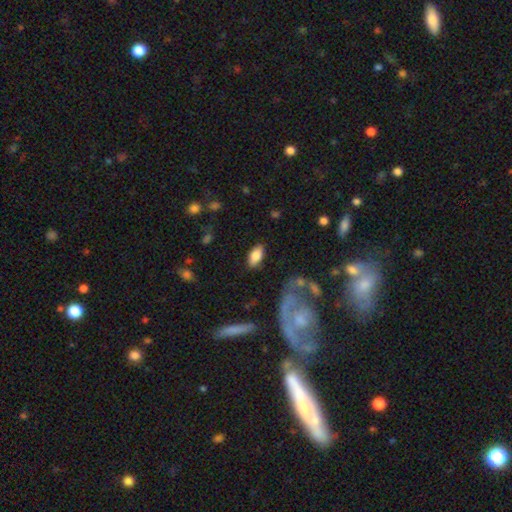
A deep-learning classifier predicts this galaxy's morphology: Overall: smooth (79%). How rounded: in between (90%). Merging: none (83%).